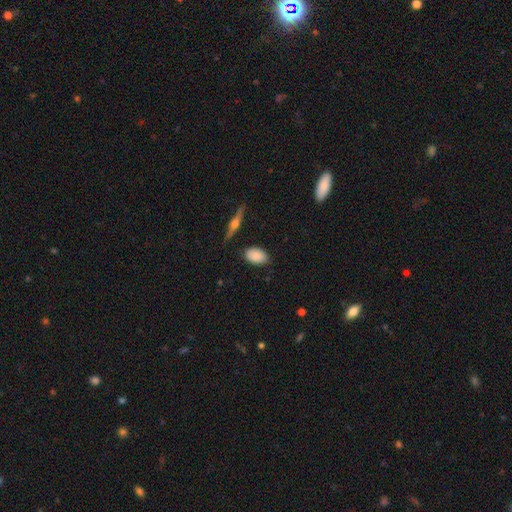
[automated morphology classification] Smooth or featured? smooth (86%)
How rounded? in between (90%)
Merging? none (81%)